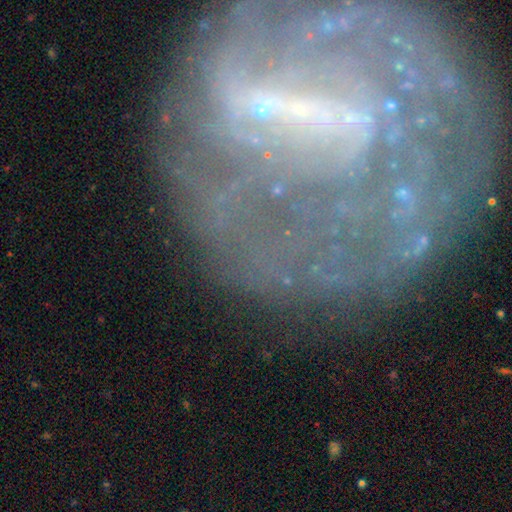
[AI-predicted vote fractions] A featured or disk galaxy (69%) with a strong bar (41%), spiral arms (65%) and a small central bulge (55%). Merging: none (60%).